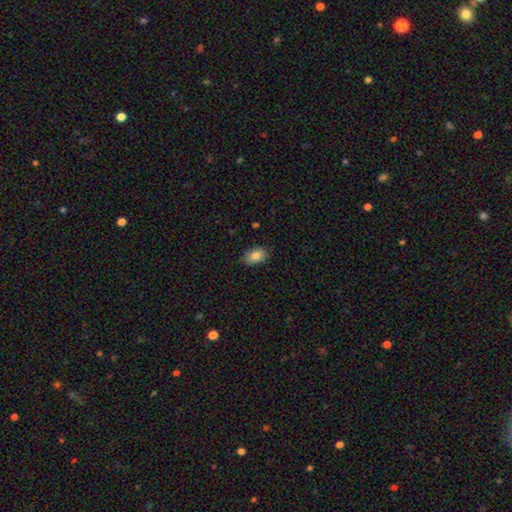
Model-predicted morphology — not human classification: This appears to be a smooth galaxy with no disk features (84%) that is in between round and cigar-shaped (88%). Merging: none (80%).